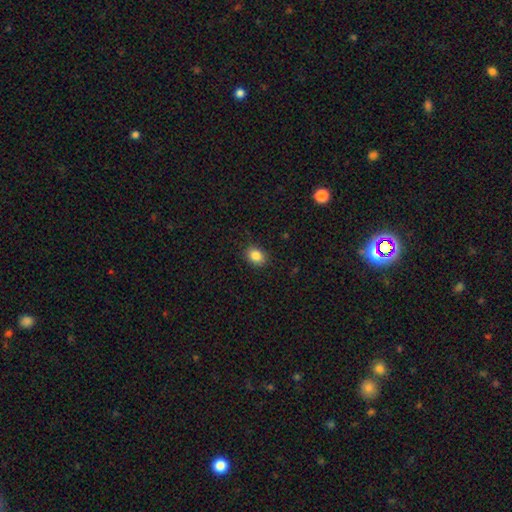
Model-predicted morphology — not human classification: This appears to be a smooth galaxy with no disk features (85%) that is in between round and cigar-shaped (56%). Merging: none (88%).